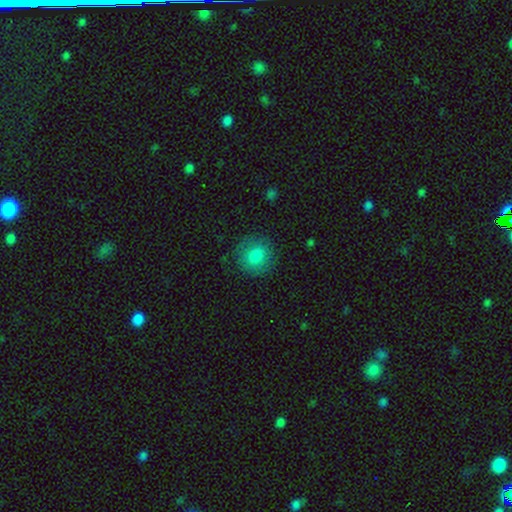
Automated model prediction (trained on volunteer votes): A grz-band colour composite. It shows a smooth galaxy with no disk features (80%) that is round (90%). Merging: none (84%).